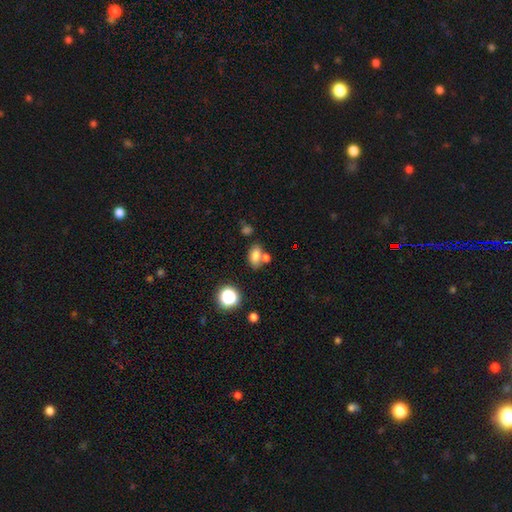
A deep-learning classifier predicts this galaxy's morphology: smooth 76%, star or artifact 14%, featured or disk 10%. Down the decision tree: how rounded — in between (83%); merging — none (55%).